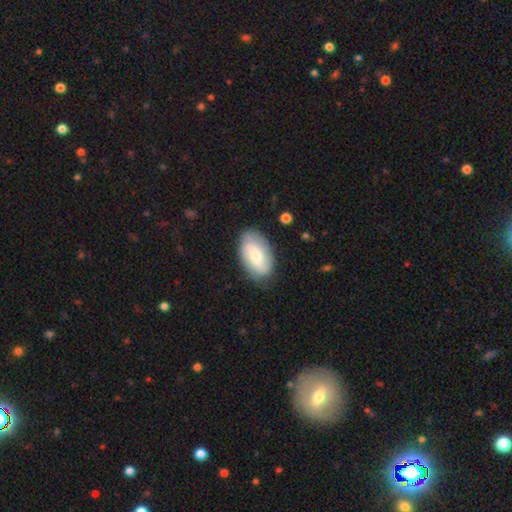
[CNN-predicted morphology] The model was most divided on "smooth or featured": smooth: 53%, featured or disk: 41%, star or artifact: 6%. More confident: how rounded — in between (93%); merging — none (78%).